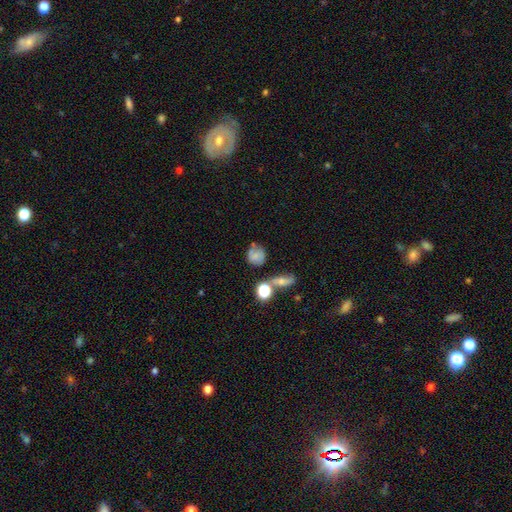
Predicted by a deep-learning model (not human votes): Morphology: type=smooth (65%); roundness=round (77%); merging=none (56%).